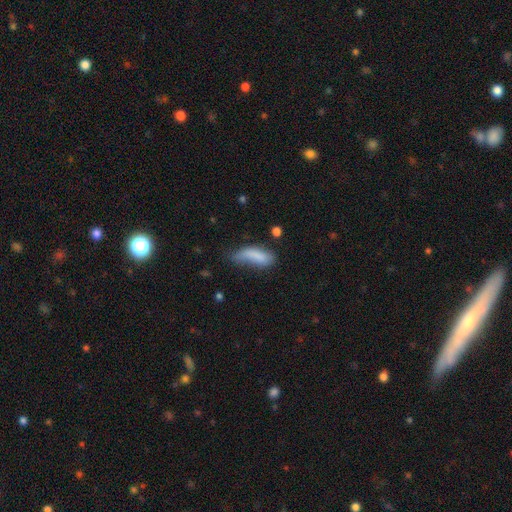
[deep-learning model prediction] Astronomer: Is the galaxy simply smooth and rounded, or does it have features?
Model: smooth — 76%.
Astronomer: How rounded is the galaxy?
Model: in between — 67%.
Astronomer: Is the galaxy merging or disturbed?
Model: minor disturbance — 37% (runner-up: none, 30%).